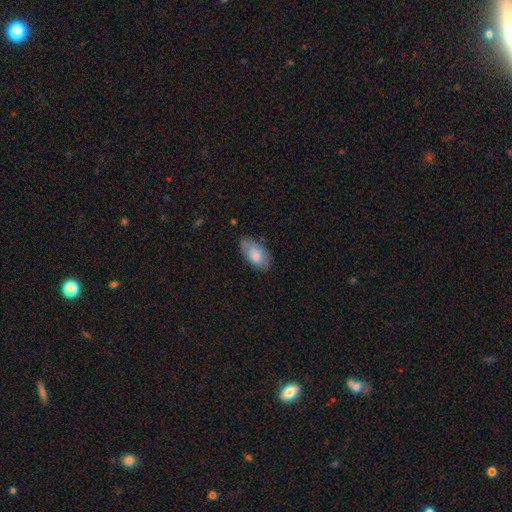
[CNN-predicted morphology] Q: Smooth or featured?
A: smooth (78%); runner-up: featured or disk (15%)
Q: How rounded?
A: in between (94%); runner-up: cigar-shaped (3%)
Q: Merging?
A: none (72%); runner-up: minor disturbance (23%)